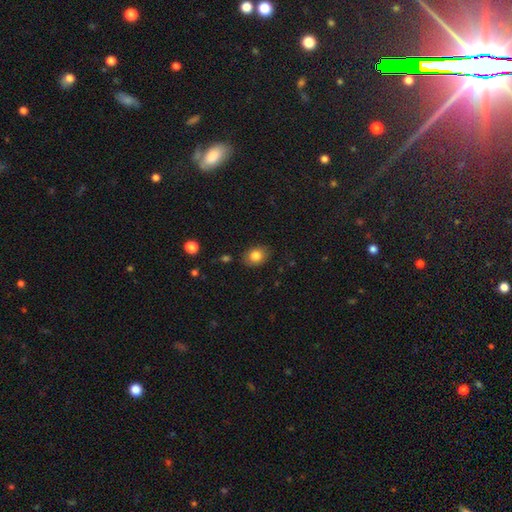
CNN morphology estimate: type=smooth (82%); roundness=in between (56%); merging=none (85%).